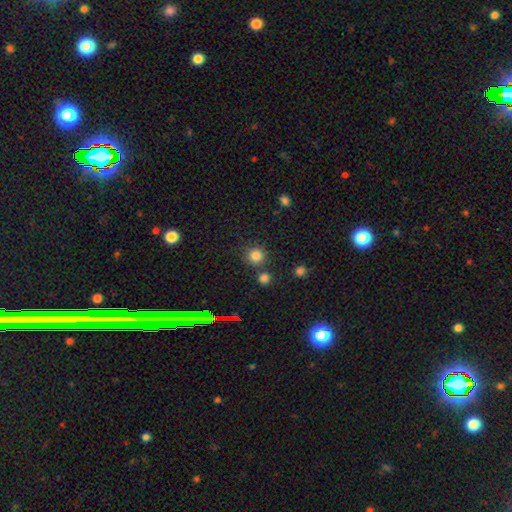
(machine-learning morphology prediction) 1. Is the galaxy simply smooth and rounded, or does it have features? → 79% smooth, 16% star or artifact, 5% featured or disk.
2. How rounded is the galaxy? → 92% round, 7% in between, 1% cigar-shaped.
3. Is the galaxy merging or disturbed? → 77% none, 12% merger, 8% minor disturbance, 3% major disturbance.